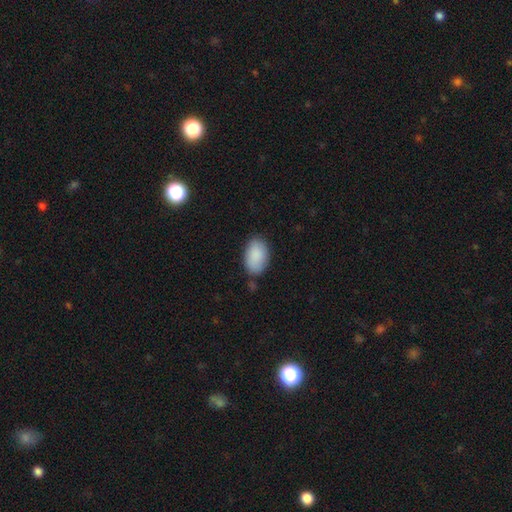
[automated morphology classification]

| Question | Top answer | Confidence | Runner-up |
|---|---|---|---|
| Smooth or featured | smooth | 89% | star or artifact (6%) |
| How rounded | in between | 92% | round (6%) |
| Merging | none | 78% | minor disturbance (16%) |